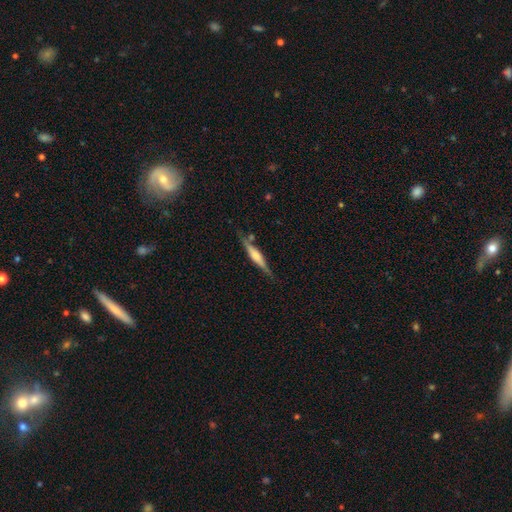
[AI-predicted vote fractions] Smooth or featured: featured or disk — 64% (smooth — 30%)
Edge-on disk: yes — 96% (no — 4%)
Edge-on bulge: rounded — 64% (boxy — 27%)
Merging: none — 78% (minor disturbance — 14%)